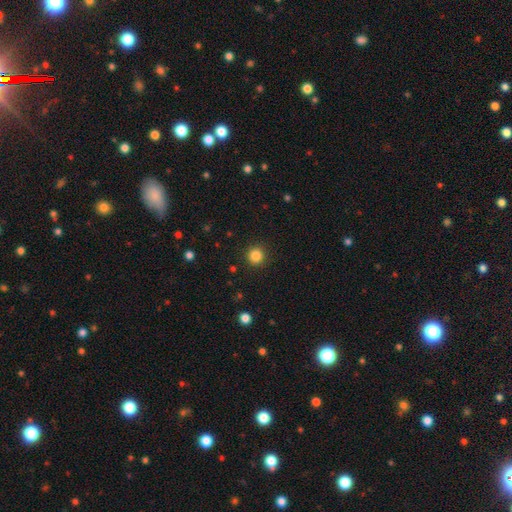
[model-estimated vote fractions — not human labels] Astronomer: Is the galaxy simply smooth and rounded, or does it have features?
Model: smooth — 85%.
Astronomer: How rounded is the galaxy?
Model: round — 95%.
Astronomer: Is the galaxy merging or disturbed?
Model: none — 92%.